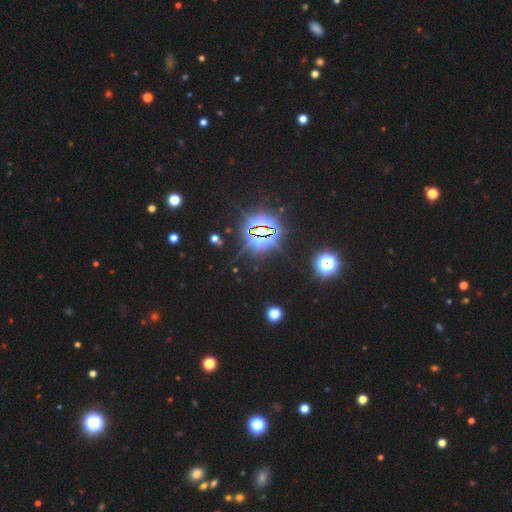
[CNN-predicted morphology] A star or artifact, not a galaxy (84%).

Vote fractions:
- Smooth or featured? star or artifact: 84% / smooth: 9% / featured or disk: 6%